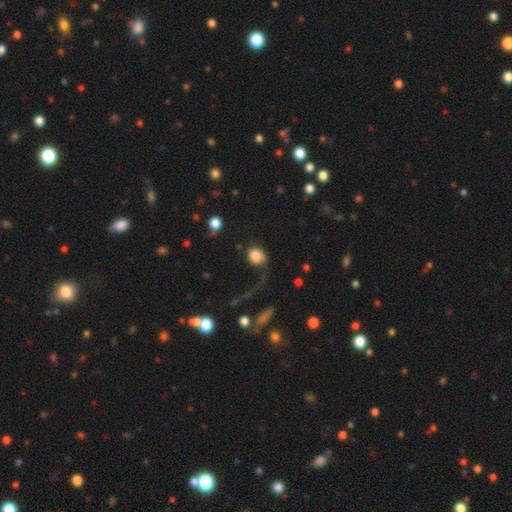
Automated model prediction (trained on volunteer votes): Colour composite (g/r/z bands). It shows a smooth galaxy with no disk features (80%) that is round (65%). Merging: none (43%).